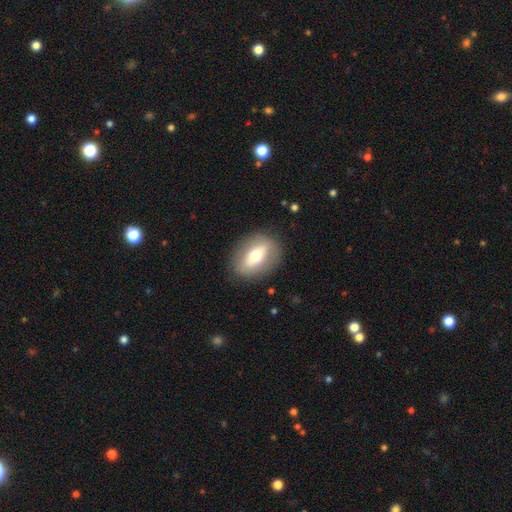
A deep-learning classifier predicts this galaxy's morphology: This appears to be a smooth galaxy with no disk features (54%) that is in between round and cigar-shaped (75%). Merging: none (84%).